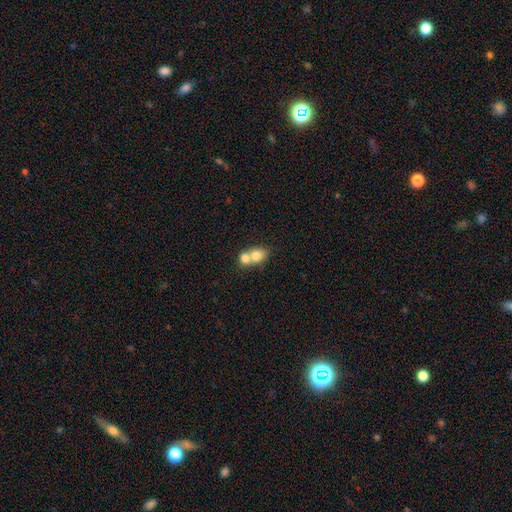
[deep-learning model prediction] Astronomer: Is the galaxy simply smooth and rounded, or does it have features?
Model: smooth — 75%.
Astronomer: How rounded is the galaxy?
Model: round — 56% (runner-up: in between, 43%).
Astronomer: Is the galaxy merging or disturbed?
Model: merger — 69%.